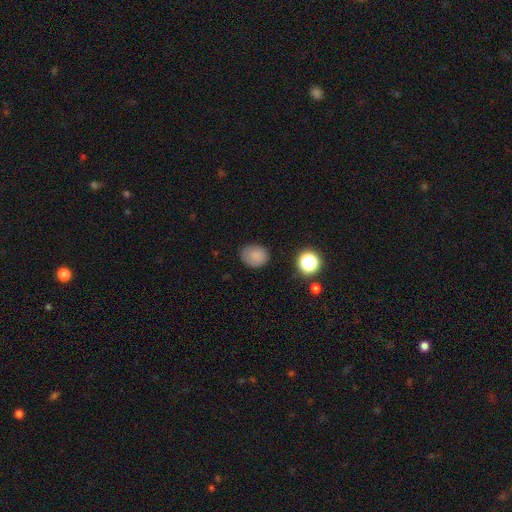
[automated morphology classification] The model was most divided on "how rounded": round: 58%, in between: 41%, cigar-shaped: 1%. More confident: smooth or featured — smooth (81%); merging — none (76%).